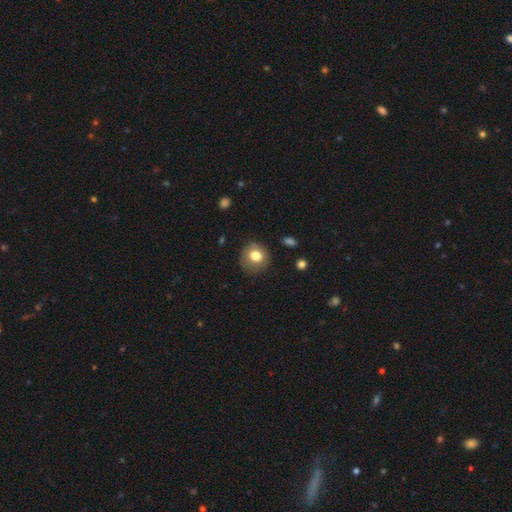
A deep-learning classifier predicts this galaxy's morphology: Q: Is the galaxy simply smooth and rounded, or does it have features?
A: smooth — 78%.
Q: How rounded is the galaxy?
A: round — 86%.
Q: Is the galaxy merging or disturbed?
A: none — 81%.